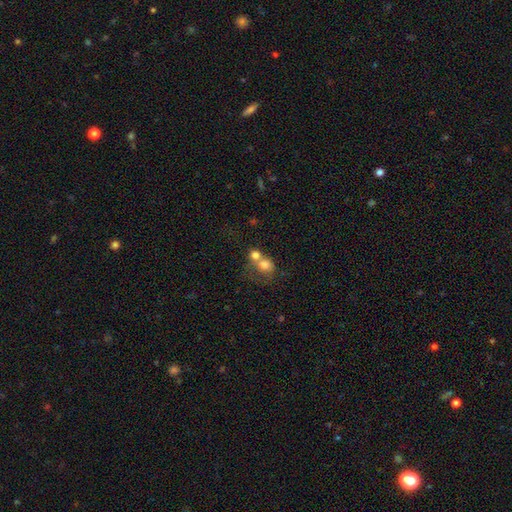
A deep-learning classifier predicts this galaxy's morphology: This is likely a smooth galaxy (74%). How rounded: likely round (70%). Merging: likely merger (62%).